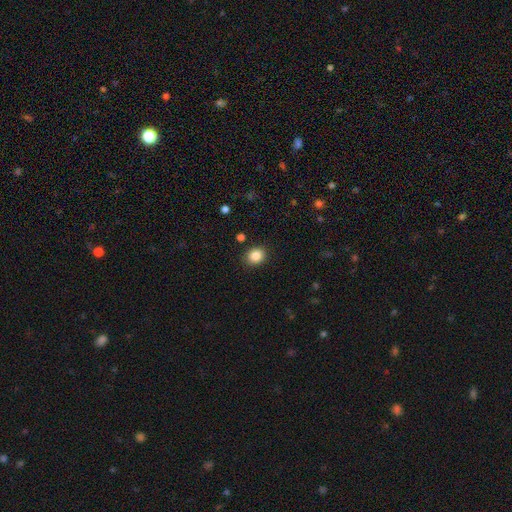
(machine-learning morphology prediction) A smooth galaxy with no disk features (86%) that is round (65%).

Vote fractions:
- Smooth or featured? smooth: 86% / star or artifact: 10% / featured or disk: 4%
- How rounded? round: 65% / in between: 34% / cigar-shaped: 1%
- Merging? none: 89% / minor disturbance: 7% / major disturbance: 2% / merger: 1%